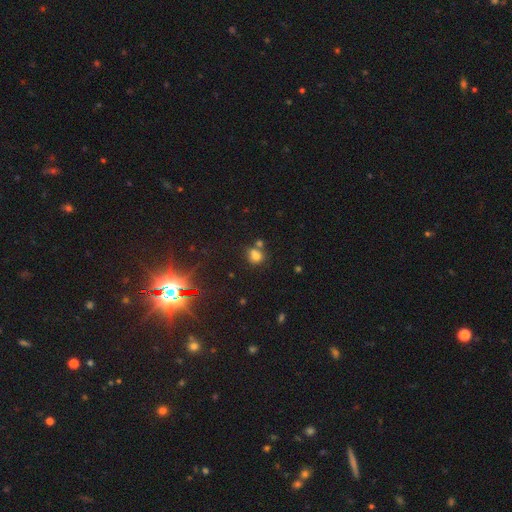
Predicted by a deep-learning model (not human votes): A smooth galaxy with no disk features (73%) that is round (78%).

Vote fractions:
- Smooth or featured? smooth: 73% / star or artifact: 18% / featured or disk: 10%
- How rounded? round: 78% / in between: 21% / cigar-shaped: 1%
- Merging? none: 55% / merger: 29% / minor disturbance: 11% / major disturbance: 4%